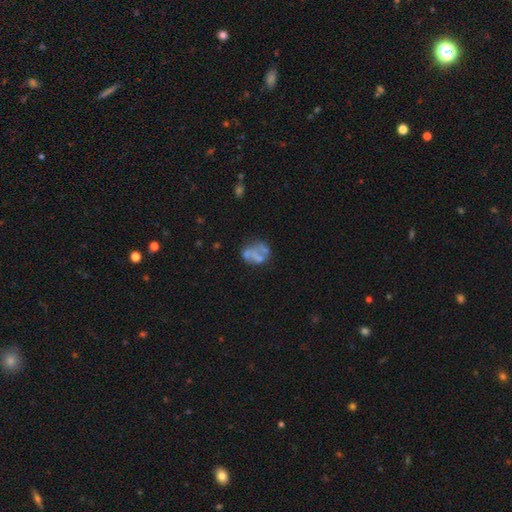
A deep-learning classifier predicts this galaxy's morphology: smooth-or-featured: featured or disk: 50% | smooth: 38% | star or artifact: 12%
  merging: none: 39% | merger: 21% | major disturbance: 21% | minor disturbance: 20%